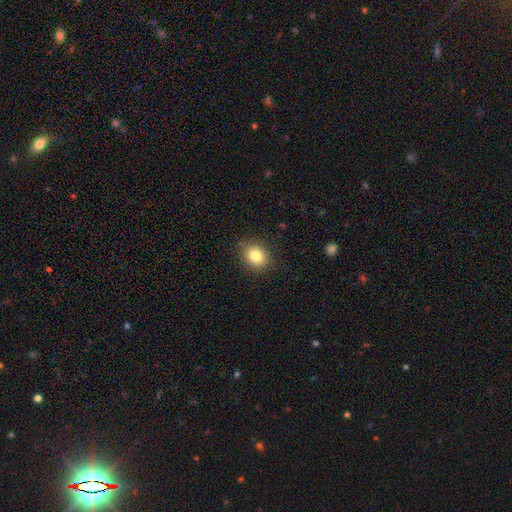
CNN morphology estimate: Smooth or featured? smooth (83%)
How rounded? round (58%)
Merging? none (88%)